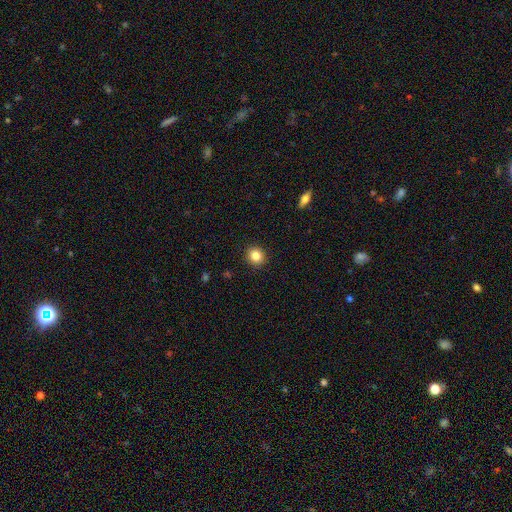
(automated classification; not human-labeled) smooth-or-featured: smooth: 84% | star or artifact: 11% | featured or disk: 5%
  how-rounded: round: 87% | in between: 12% | cigar-shaped: 1%
  merging: none: 92% | minor disturbance: 5% | major disturbance: 2% | merger: 1%